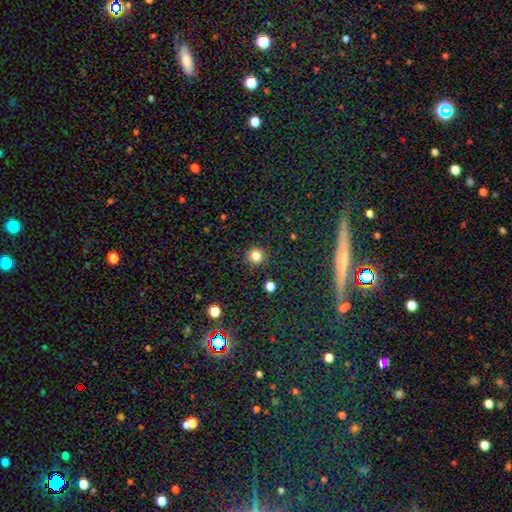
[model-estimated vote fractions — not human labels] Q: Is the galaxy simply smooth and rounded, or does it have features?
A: smooth — 82%.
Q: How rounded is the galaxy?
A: round — 93%.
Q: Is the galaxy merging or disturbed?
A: none — 90%.